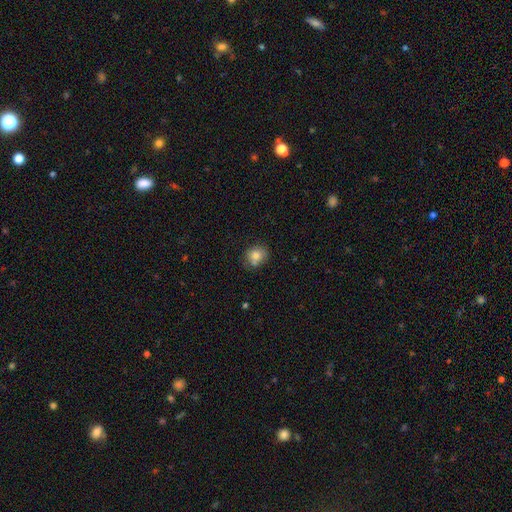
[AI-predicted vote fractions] A smooth galaxy with no disk features (78%) that is round (70%). Merging: none (65%).